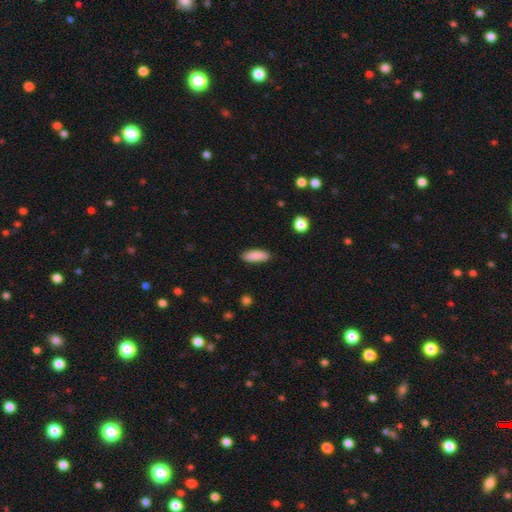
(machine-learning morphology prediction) This appears to be a smooth galaxy with no disk features (89%) that is in between round and cigar-shaped (66%). Merging: none (88%).